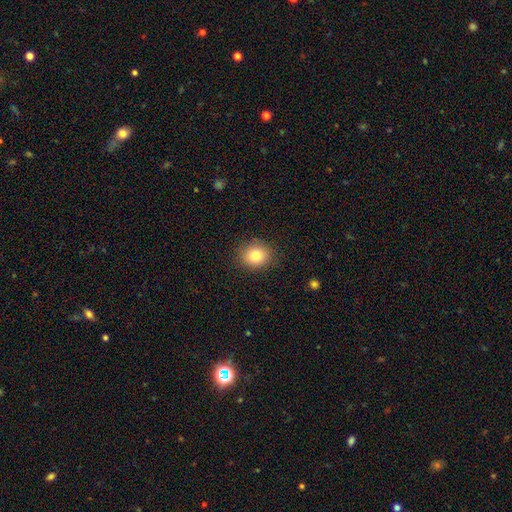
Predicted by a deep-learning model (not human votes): A smooth galaxy with no disk features (82%) that is round (72%).

Vote fractions:
- Smooth or featured? smooth: 82% / star or artifact: 10% / featured or disk: 8%
- How rounded? round: 72% / in between: 27% / cigar-shaped: 1%
- Merging? none: 88% / minor disturbance: 8% / major disturbance: 2% / merger: 1%